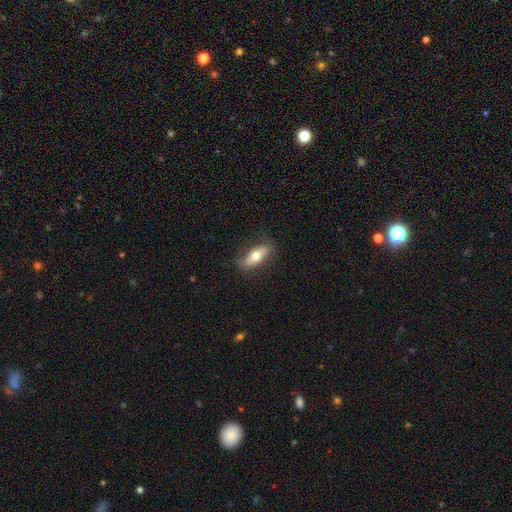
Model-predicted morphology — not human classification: smooth 61%, featured or disk 32%, star or artifact 6%. Down the decision tree: how rounded — in between (72%); merging — none (80%).